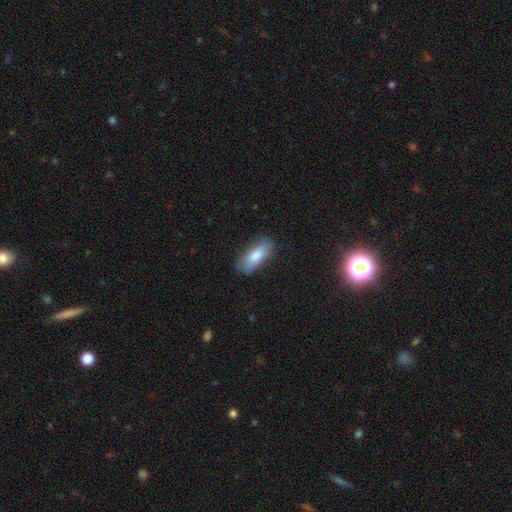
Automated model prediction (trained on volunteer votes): Smooth or featured?
  - smooth: 78% *
  - featured or disk: 16%
  - star or artifact: 6%
How rounded?
  - in between: 73% *
  - cigar-shaped: 25%
  - round: 2%
Merging?
  - none: 81% *
  - minor disturbance: 15%
  - major disturbance: 3%
  - merger: 1%